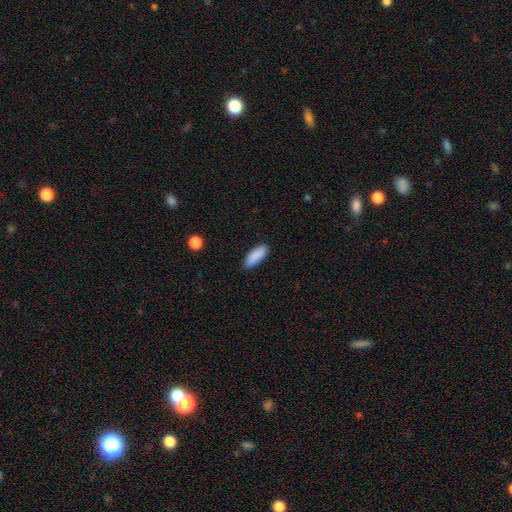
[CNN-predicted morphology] Smooth or featured?
  - smooth: 89% *
  - star or artifact: 6%
  - featured or disk: 4%
How rounded?
  - in between: 71% *
  - cigar-shaped: 28%
  - round: 2%
Merging?
  - none: 85% *
  - minor disturbance: 12%
  - major disturbance: 2%
  - merger: 1%